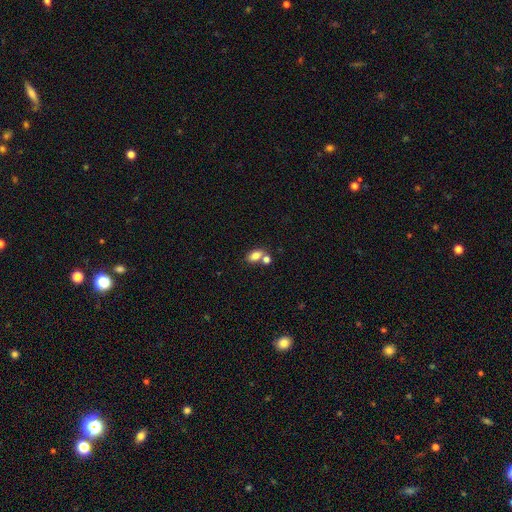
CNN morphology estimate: This is clearly a smooth galaxy (80%). How rounded: clearly in between (84%). Merging: possibly none (47%).